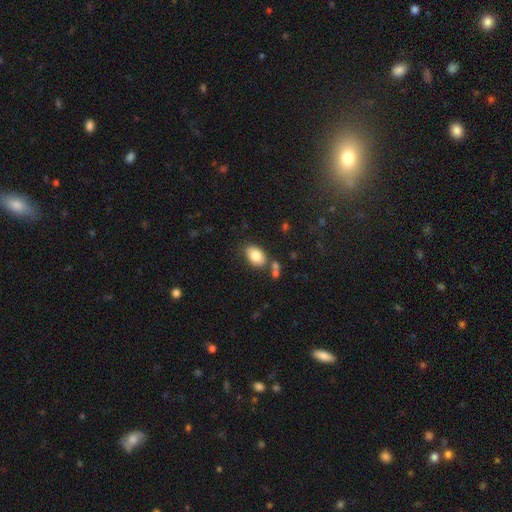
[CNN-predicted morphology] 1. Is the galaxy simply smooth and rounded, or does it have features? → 82% smooth, 10% featured or disk, 8% star or artifact.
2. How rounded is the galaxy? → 90% in between, 9% round, 1% cigar-shaped.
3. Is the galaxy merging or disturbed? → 71% none, 14% minor disturbance, 11% merger, 4% major disturbance.